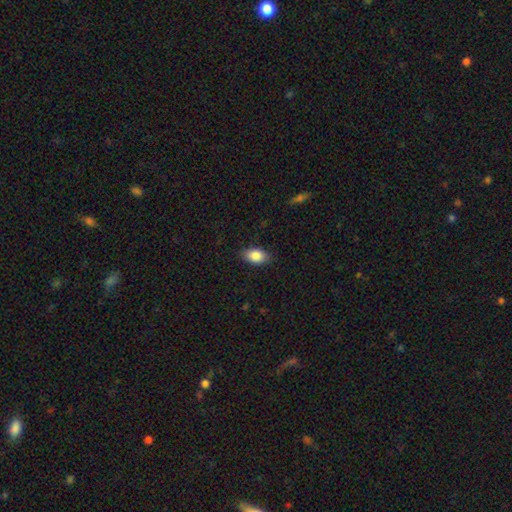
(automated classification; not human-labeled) This appears to be a smooth galaxy with no disk features (87%) that is in between round and cigar-shaped (90%). Merging: none (87%).